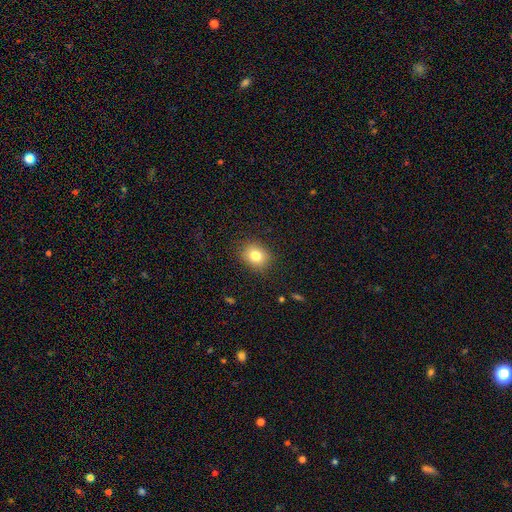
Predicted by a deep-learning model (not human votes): smooth 80%, star or artifact 11%, featured or disk 9%. Down the decision tree: how rounded — round (62%); merging — none (87%).